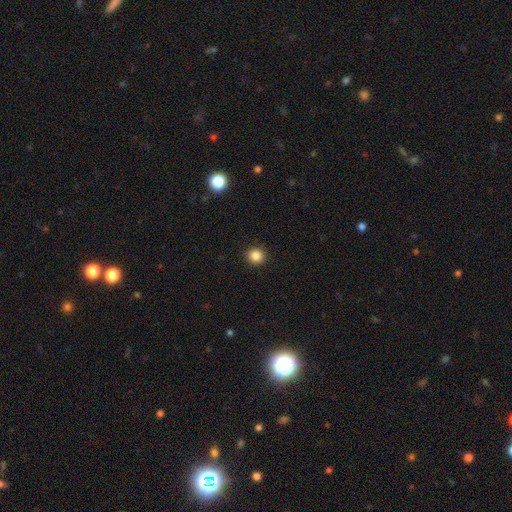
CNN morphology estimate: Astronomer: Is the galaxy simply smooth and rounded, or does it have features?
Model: smooth — 85%.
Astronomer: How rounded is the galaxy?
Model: round — 92%.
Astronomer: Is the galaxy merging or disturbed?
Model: none — 93%.